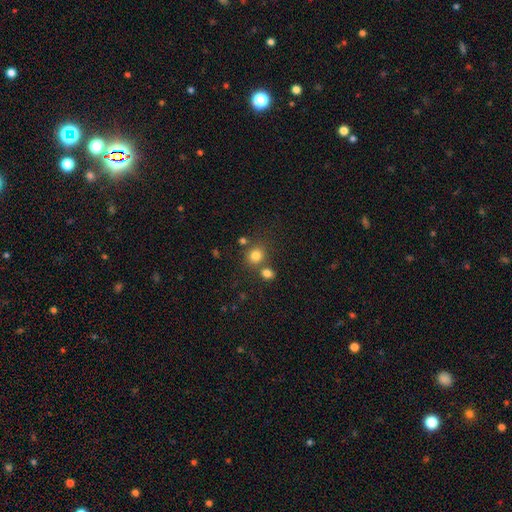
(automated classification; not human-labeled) Smooth or featured: smooth — 80% (star or artifact — 14%)
How rounded: round — 78% (in between — 21%)
Merging: none — 65% (merger — 22%)